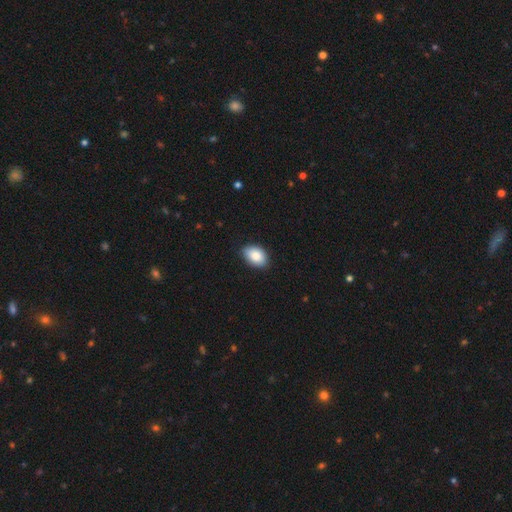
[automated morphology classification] A smooth galaxy with no disk features (86%) that is in between round and cigar-shaped (89%). Merging: none (85%).